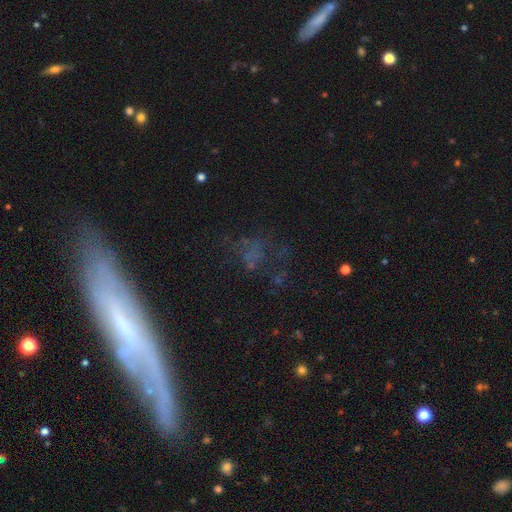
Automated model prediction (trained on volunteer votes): Overall: featured or disk (49%; smooth 26%). Merging: none (63%).